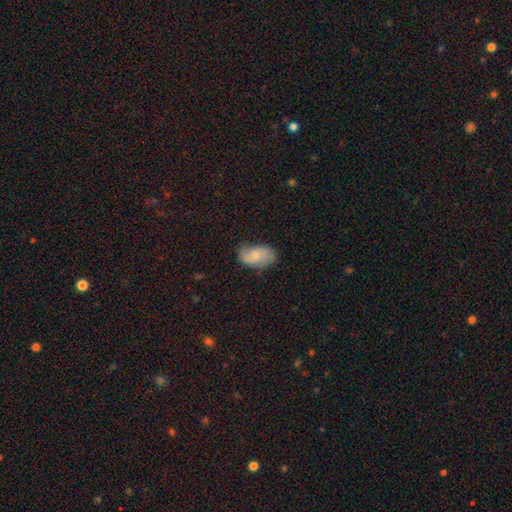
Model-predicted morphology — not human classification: Smooth or featured? Predicted: smooth (p=0.53). How rounded? Predicted: in between (p=0.92). Merging? Predicted: none (p=0.69).